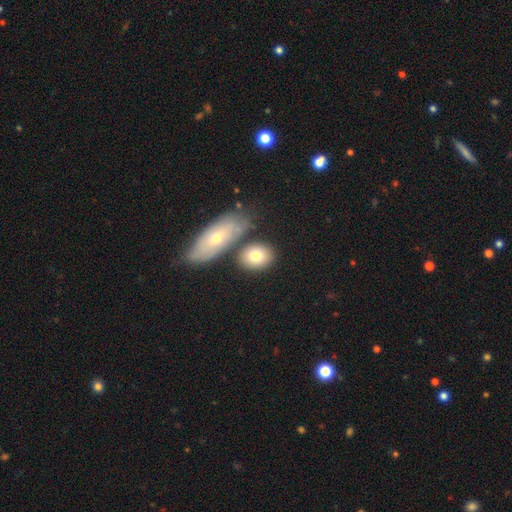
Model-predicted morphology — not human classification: This is likely a smooth galaxy (74%). How rounded: likely in between (62%). Merging: likely none (65%).